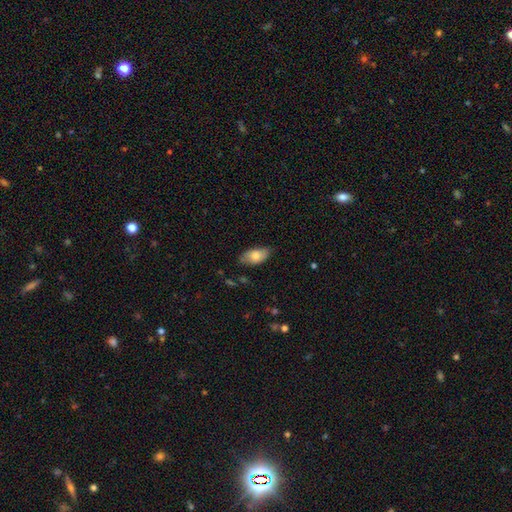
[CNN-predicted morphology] Overall: smooth (77%). How rounded: in between (93%). Merging: none (76%).